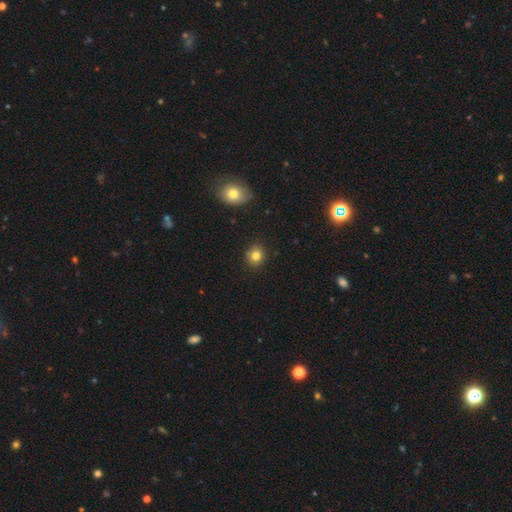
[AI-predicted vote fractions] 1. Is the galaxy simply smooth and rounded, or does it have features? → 81% smooth, 12% star or artifact, 7% featured or disk.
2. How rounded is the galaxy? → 82% round, 17% in between, 1% cigar-shaped.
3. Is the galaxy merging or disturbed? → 88% none, 8% minor disturbance, 2% major disturbance, 2% merger.